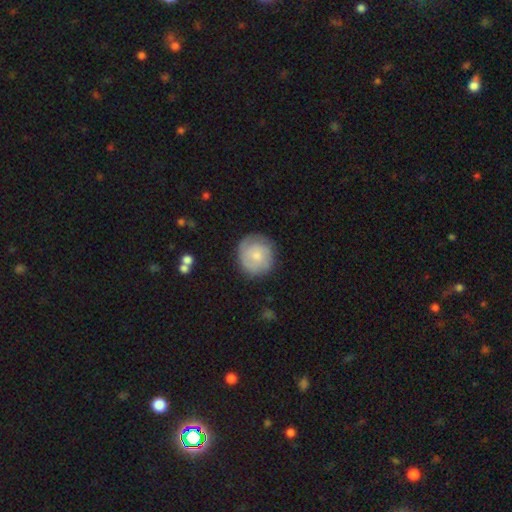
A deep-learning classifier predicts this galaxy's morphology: Smooth or featured? smooth (53%)
How rounded? round (92%)
Merging? none (80%)